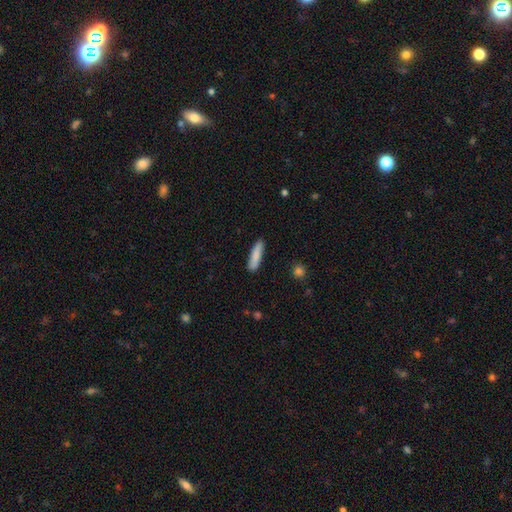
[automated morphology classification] A smooth galaxy with no disk features (86%) that is cigar-shaped (74%).

Vote fractions:
- Smooth or featured? smooth: 86% / featured or disk: 9% / star or artifact: 6%
- How rounded? cigar-shaped: 74% / in between: 24% / round: 1%
- Merging? none: 88% / minor disturbance: 9% / major disturbance: 2% / merger: 1%